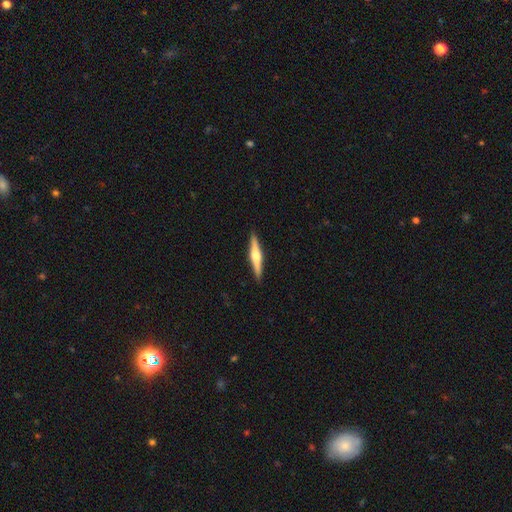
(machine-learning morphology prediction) smooth-or-featured: featured or disk: 67% | smooth: 28% | star or artifact: 5%
  disk-edge-on: yes: 98% | no: 2%
    edge-on-bulge: rounded: 92% | boxy: 5% | none: 3%
  merging: none: 92% | minor disturbance: 6% | major disturbance: 1% | merger: 1%